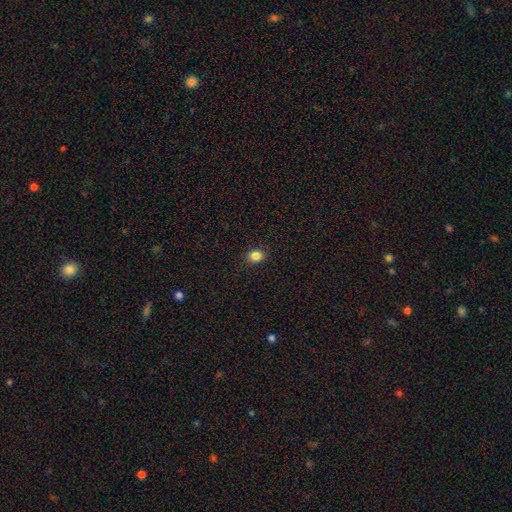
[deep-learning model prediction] This appears to be a smooth galaxy with no disk features (85%) that is round (56%). Merging: none (89%).